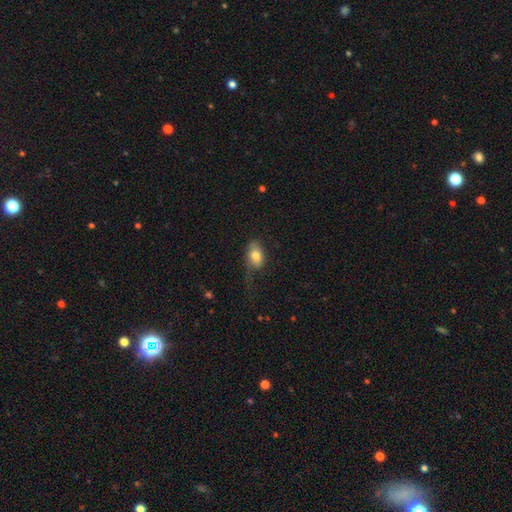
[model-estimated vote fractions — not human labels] A smooth galaxy with no disk features (77%) that is in between round and cigar-shaped (87%).

Vote fractions:
- Smooth or featured? smooth: 77% / featured or disk: 15% / star or artifact: 8%
- How rounded? in between: 87% / round: 11% / cigar-shaped: 2%
- Merging? none: 36% / major disturbance: 33% / minor disturbance: 29% / merger: 3%